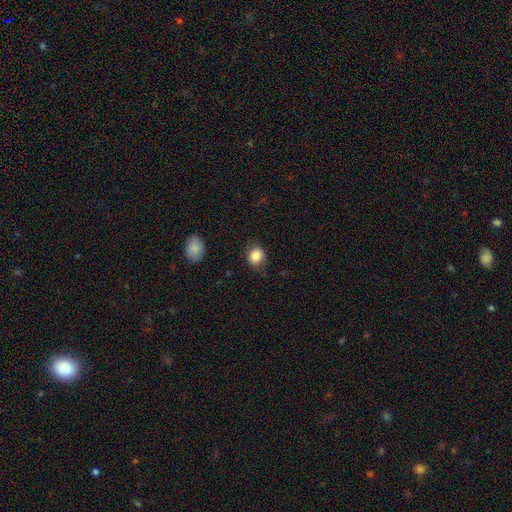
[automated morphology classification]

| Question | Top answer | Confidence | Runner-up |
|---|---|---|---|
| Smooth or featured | smooth | 86% | star or artifact (9%) |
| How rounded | round | 74% | in between (25%) |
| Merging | none | 80% | minor disturbance (15%) |